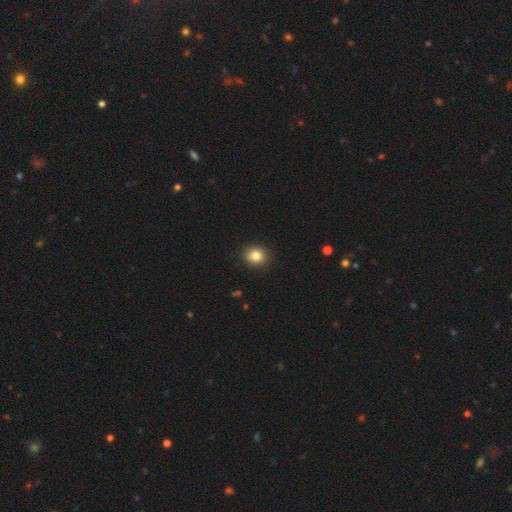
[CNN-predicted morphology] smooth 83%, star or artifact 10%, featured or disk 6%. Down the decision tree: how rounded — round (74%); merging — none (89%).